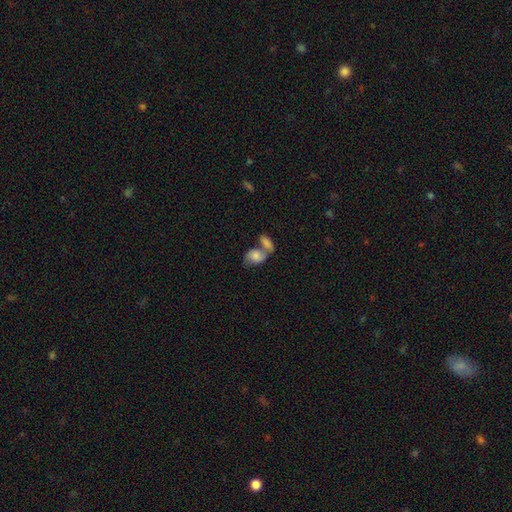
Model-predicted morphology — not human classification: This is likely a smooth galaxy (70%). How rounded: likely in between (78%). Merging: likely merger (60%).